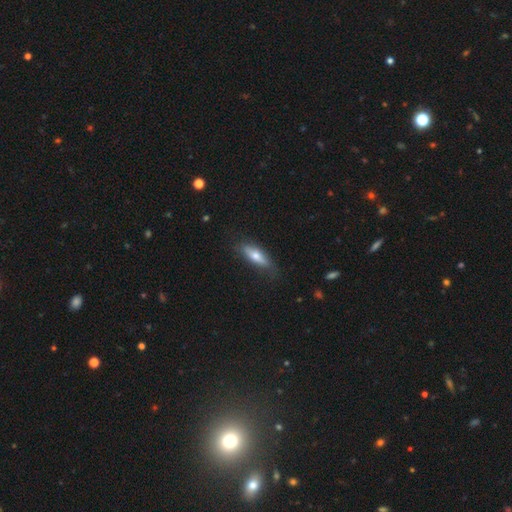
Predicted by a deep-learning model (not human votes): A smooth galaxy with no disk features (61%) that is cigar-shaped (50%).

Vote fractions:
- Smooth or featured? smooth: 61% / featured or disk: 33% / star or artifact: 6%
- How rounded? cigar-shaped: 50% / in between: 48% / round: 2%
- Merging? none: 77% / minor disturbance: 18% / major disturbance: 4% / merger: 1%